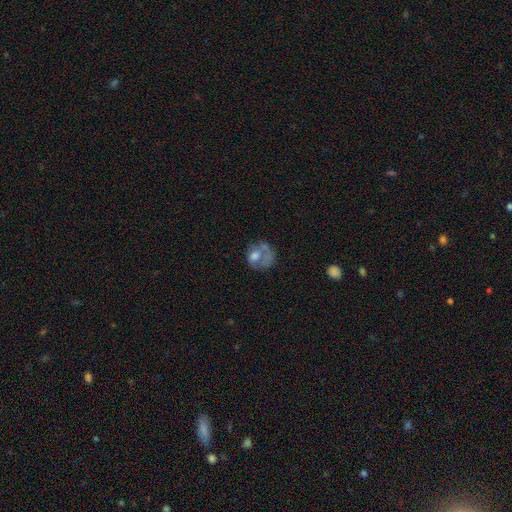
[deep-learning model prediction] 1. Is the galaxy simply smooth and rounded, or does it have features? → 50% smooth, 39% featured or disk, 11% star or artifact.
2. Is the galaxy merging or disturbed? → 33% major disturbance (tied), 33% none (tied), 19% minor disturbance, 15% merger.